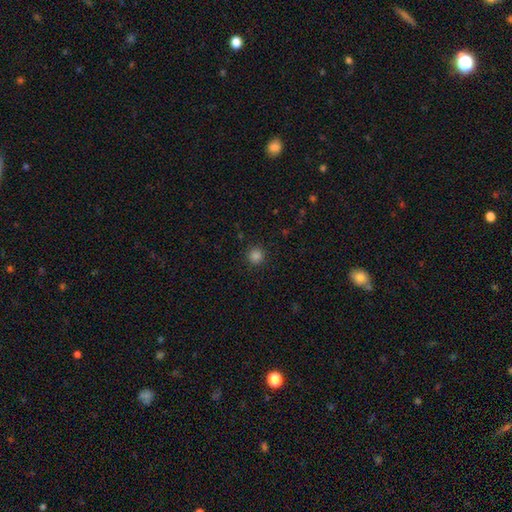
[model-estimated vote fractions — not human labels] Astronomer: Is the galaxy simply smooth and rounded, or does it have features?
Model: smooth — 83%.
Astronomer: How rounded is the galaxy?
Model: round — 95%.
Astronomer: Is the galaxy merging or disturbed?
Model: none — 91%.